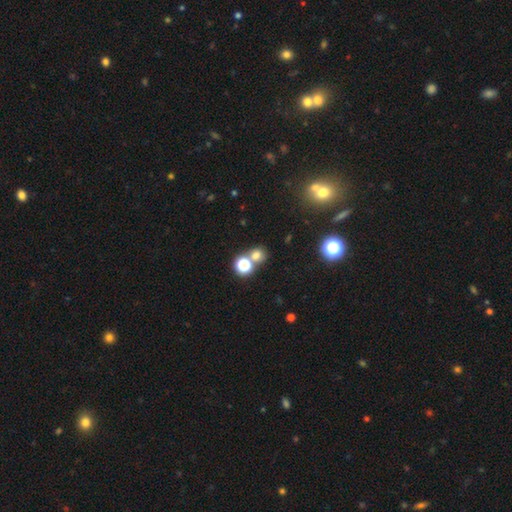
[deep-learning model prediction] Smooth or featured? smooth (69%)
How rounded? round (84%)
Merging? none (59%)